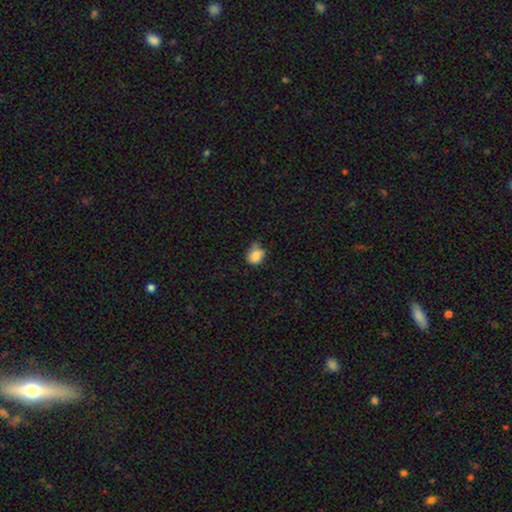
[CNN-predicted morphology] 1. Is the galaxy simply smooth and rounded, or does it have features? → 83% smooth, 9% star or artifact, 8% featured or disk.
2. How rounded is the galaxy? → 57% round, 42% in between, 1% cigar-shaped.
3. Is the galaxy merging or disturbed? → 48% none, 37% minor disturbance, 9% major disturbance, 5% merger.